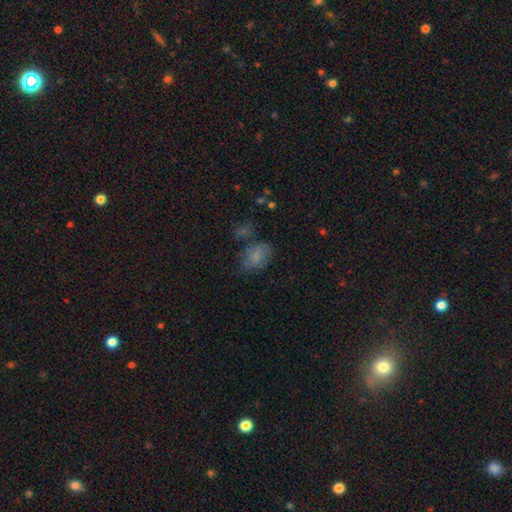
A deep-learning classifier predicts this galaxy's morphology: smooth 69%, featured or disk 19%, star or artifact 11%. Down the decision tree: how rounded — in between (82%); merging — none (50%).